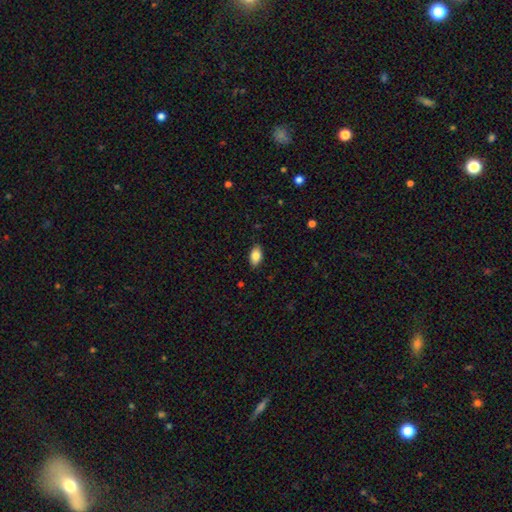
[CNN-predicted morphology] Overall: smooth (84%). How rounded: in between (91%). Merging: none (86%).